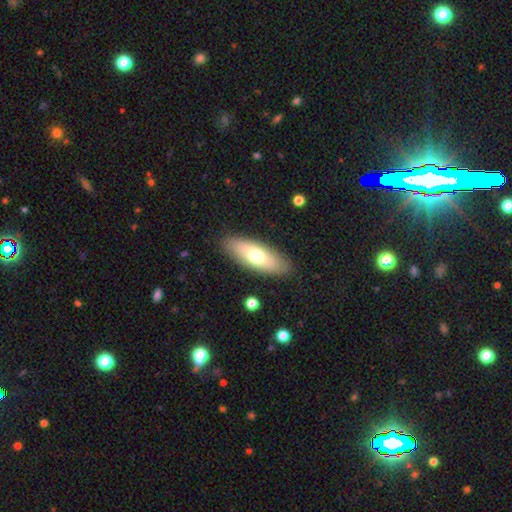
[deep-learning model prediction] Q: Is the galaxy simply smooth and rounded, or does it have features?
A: smooth — 64%.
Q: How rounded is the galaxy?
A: in between — 71%.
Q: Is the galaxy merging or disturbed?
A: none — 88%.